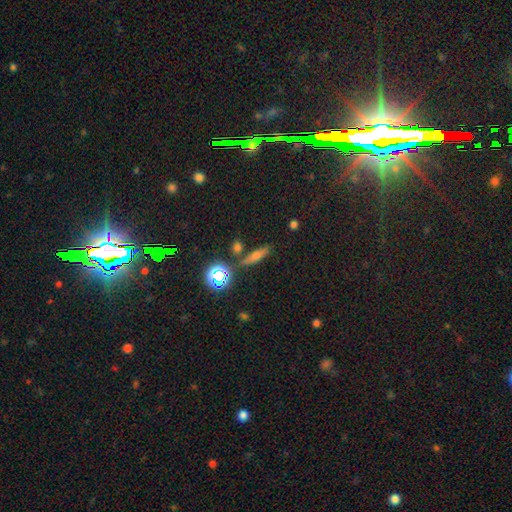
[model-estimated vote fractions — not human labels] Smooth or featured? smooth (49%)
Merging? none (80%)